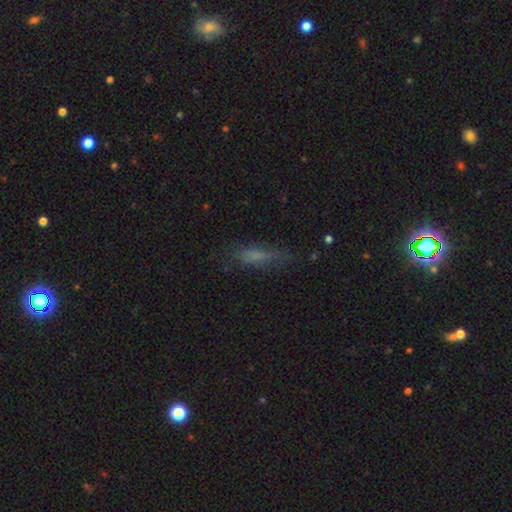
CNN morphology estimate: smooth 63%, featured or disk 23%, star or artifact 15%. Down the decision tree: how rounded — cigar-shaped (64%); merging — none (69%).